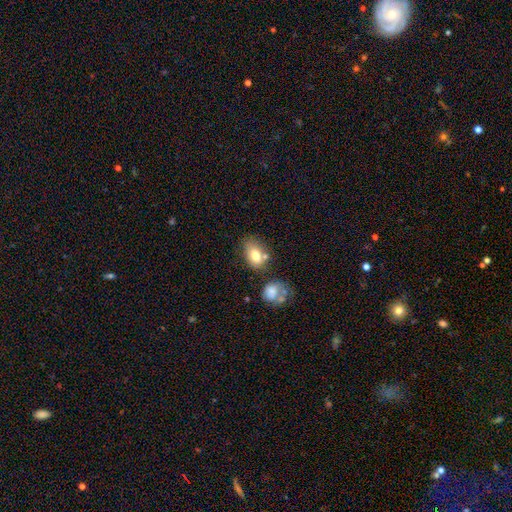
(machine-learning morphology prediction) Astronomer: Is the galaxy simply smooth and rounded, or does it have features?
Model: smooth — 74%.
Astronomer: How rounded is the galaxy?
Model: in between — 80%.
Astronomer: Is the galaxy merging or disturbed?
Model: none — 50%.